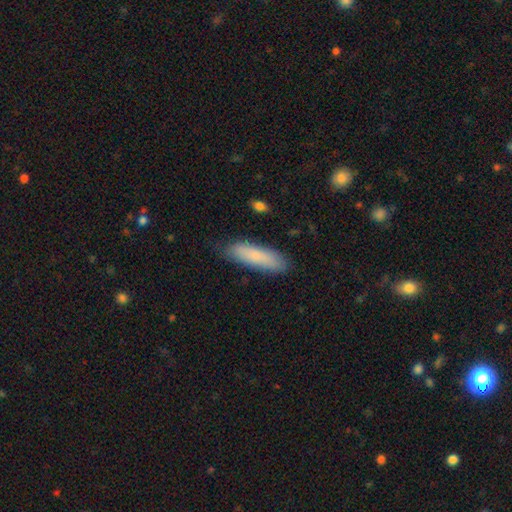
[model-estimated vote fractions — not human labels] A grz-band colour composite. It shows a smooth galaxy with no disk features (85%) that is cigar-shaped (64%). Merging: none (81%).